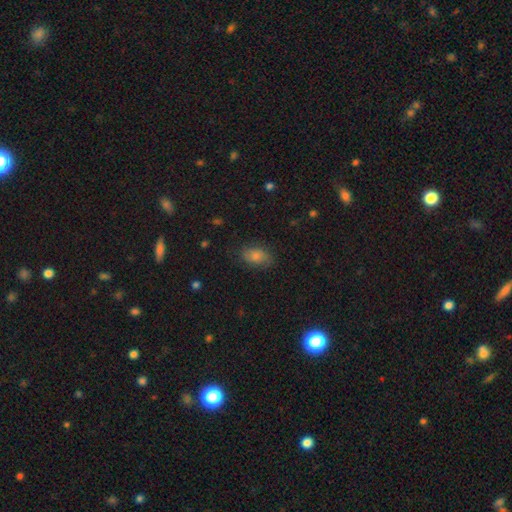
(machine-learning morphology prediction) Q: Smooth or featured?
A: smooth (63%); runner-up: star or artifact (20%)
Q: How rounded?
A: in between (83%); runner-up: round (14%)
Q: Merging?
A: none (80%); runner-up: minor disturbance (15%)